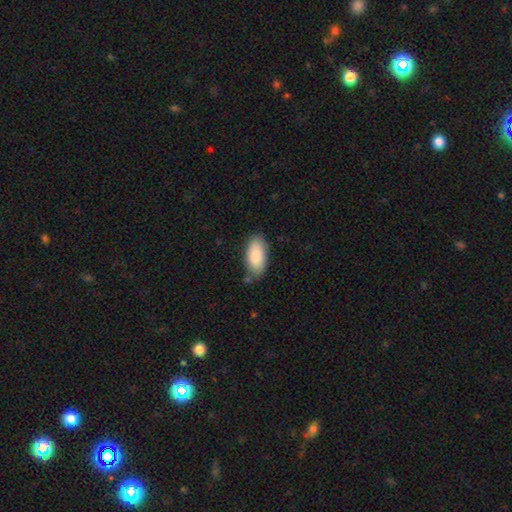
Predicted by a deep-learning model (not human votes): Smooth or featured? Predicted: smooth (p=0.86). How rounded? Predicted: in between (p=0.92). Merging? Predicted: none (p=0.77).